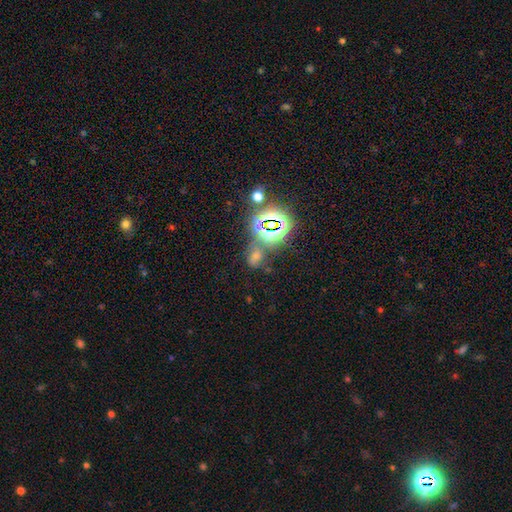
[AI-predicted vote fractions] Q: Smooth or featured?
A: star or artifact (48%); runner-up: smooth (40%)